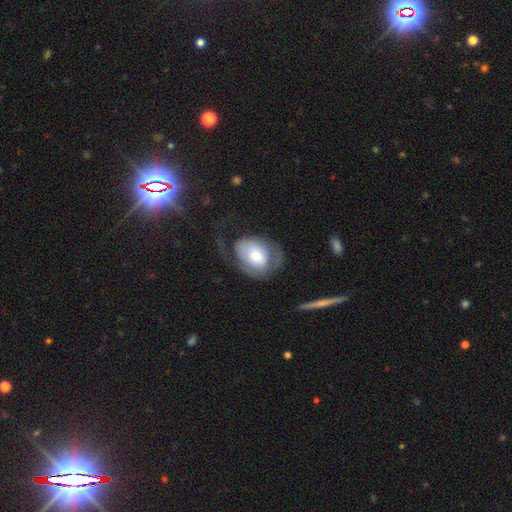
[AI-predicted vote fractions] smooth-or-featured: smooth: 53% | featured or disk: 41% | star or artifact: 6%
  how-rounded: in between: 69% | round: 30% | cigar-shaped: 1%
  merging: major disturbance: 44% | none: 32% | minor disturbance: 21% | merger: 2%